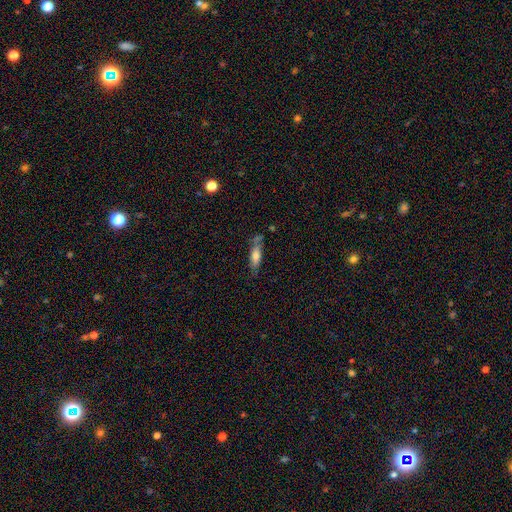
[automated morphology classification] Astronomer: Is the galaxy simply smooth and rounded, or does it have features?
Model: smooth — 66%.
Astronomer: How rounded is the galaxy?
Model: cigar-shaped — 55% (runner-up: in between, 43%).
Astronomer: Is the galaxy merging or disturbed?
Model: none — 59%.